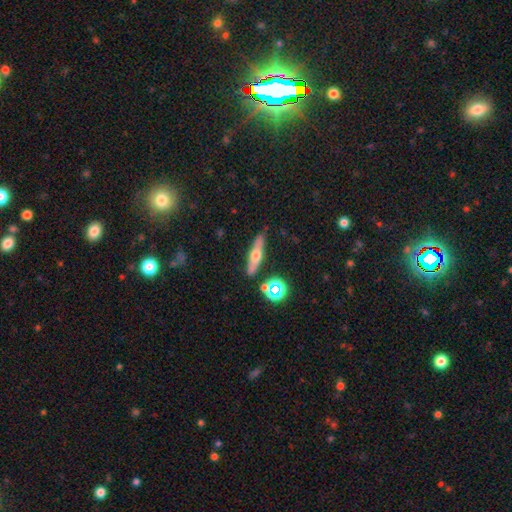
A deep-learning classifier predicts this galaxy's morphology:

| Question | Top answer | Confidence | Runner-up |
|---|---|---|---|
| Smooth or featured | featured or disk | 49% | smooth (41%) |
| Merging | none | 82% | minor disturbance (11%) |